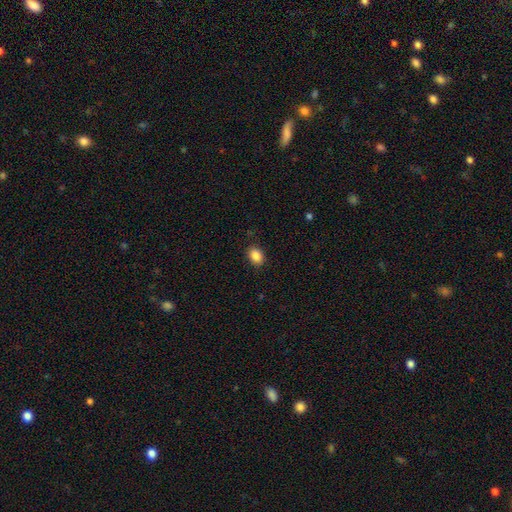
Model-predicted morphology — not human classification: smooth_or_featured: smooth (p=0.88) [alt: star or artifact p=0.09]
how_rounded: in between (p=0.67) [alt: round p=0.32]
merging: none (p=0.87) [alt: minor disturbance p=0.09]